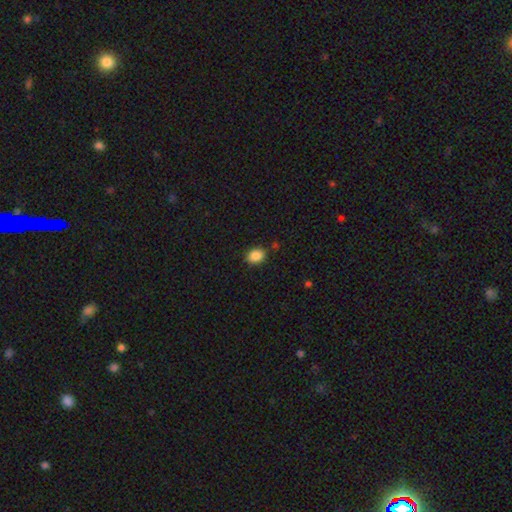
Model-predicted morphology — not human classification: The model was most divided on "how rounded": in between: 60%, round: 39%, cigar-shaped: 1%. More confident: smooth or featured — smooth (87%); merging — none (86%).